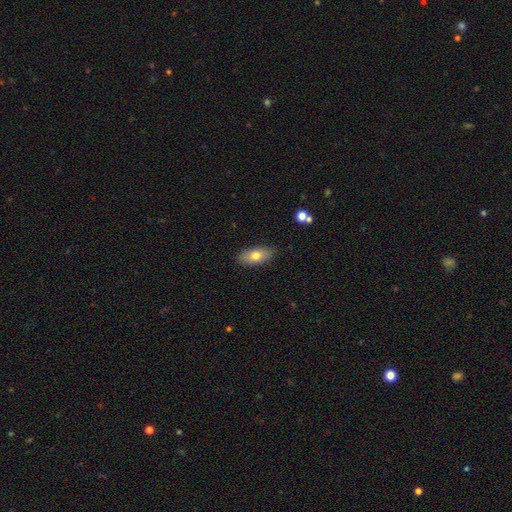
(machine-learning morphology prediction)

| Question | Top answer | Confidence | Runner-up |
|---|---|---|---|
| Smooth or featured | smooth | 73% | featured or disk (19%) |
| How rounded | in between | 87% | cigar-shaped (9%) |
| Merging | none | 85% | minor disturbance (11%) |